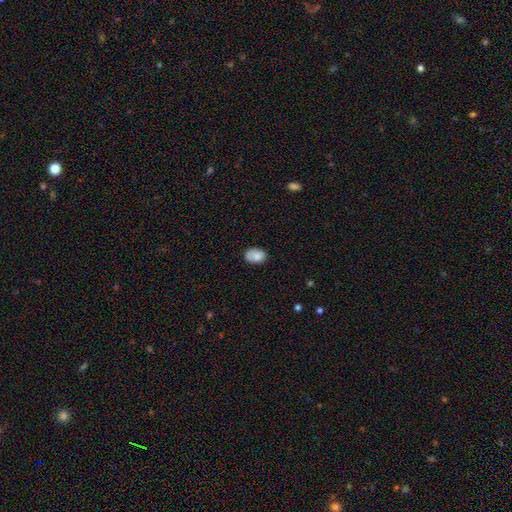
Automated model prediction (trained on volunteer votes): A smooth galaxy with no disk features (83%) that is in between round and cigar-shaped (78%).

Vote fractions:
- Smooth or featured? smooth: 83% / featured or disk: 9% / star or artifact: 8%
- How rounded? in between: 78% / round: 21% / cigar-shaped: 1%
- Merging? none: 71% / minor disturbance: 22% / major disturbance: 5% / merger: 2%